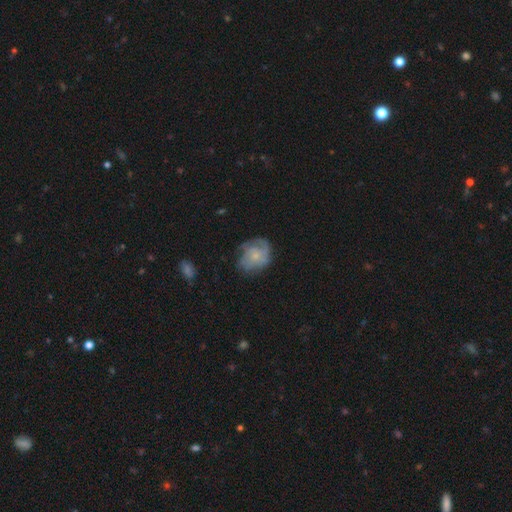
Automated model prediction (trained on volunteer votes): This appears to be a featured or disk galaxy (58%) with no bar (81%), spiral arms (76%) and a small central bulge (65%). Merging: none (56%).